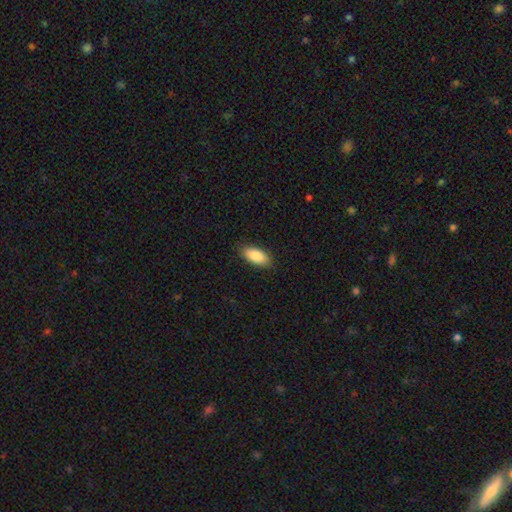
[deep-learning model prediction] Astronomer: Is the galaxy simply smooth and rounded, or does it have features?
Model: smooth — 86%.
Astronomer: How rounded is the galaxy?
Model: in between — 87%.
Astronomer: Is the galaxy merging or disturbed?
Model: none — 88%.